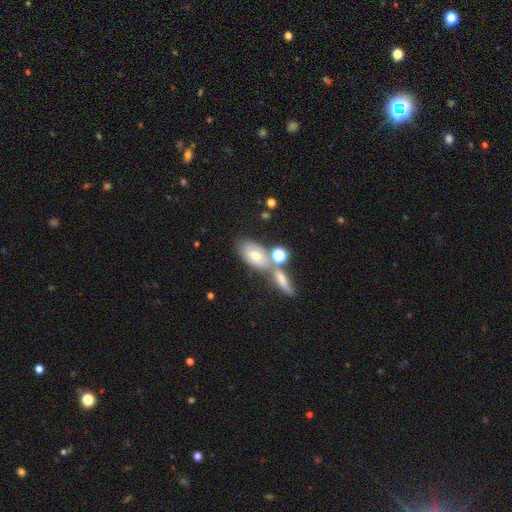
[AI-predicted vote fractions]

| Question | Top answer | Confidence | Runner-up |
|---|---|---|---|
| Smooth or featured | smooth | 58% | featured or disk (31%) |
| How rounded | in between | 83% | round (9%) |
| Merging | none | 47% | merger (34%) |